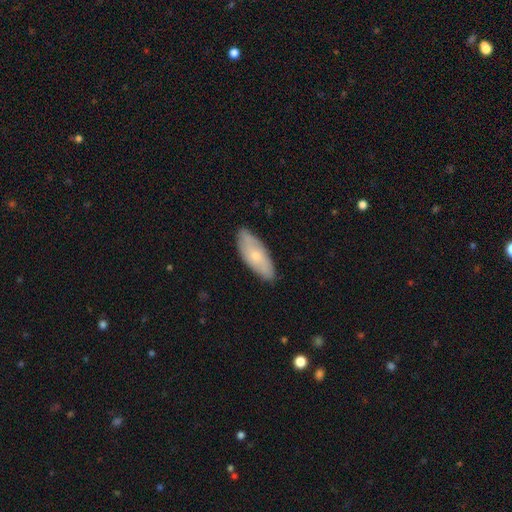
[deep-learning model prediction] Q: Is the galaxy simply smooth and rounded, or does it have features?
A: smooth — 62%.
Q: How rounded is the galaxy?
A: in between — 76%.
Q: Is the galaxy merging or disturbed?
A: none — 83%.